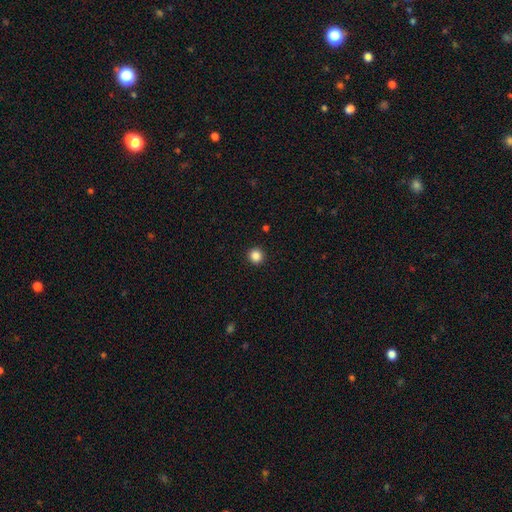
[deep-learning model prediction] Smooth or featured: smooth — 86% (star or artifact — 11%)
How rounded: round — 94% (in between — 5%)
Merging: none — 93% (minor disturbance — 4%)